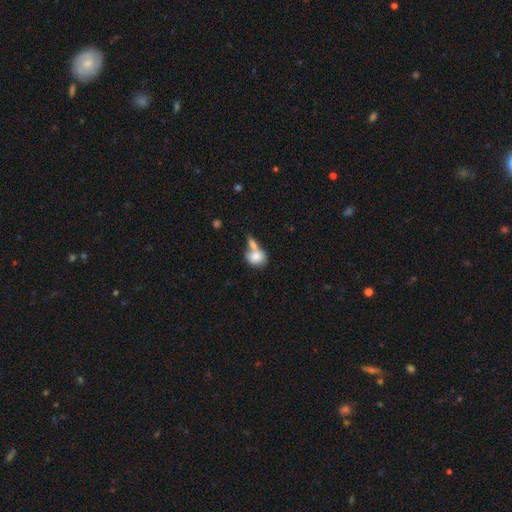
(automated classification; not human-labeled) Morphology: type=smooth (78%); roundness=in between (57%); merging=merger (55%).